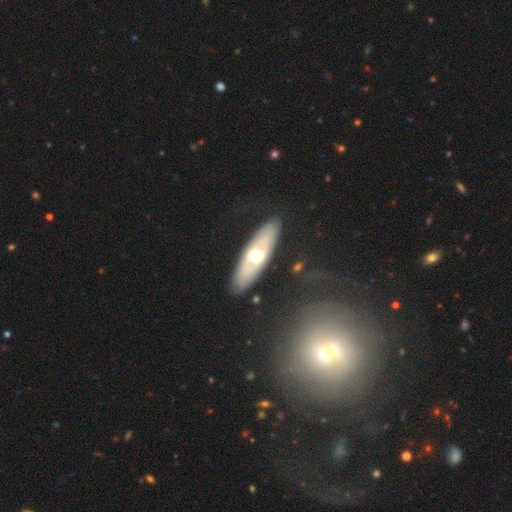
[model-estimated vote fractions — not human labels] Overall: featured or disk (60%; smooth 34%). Edge-on disk: no (66%; yes 34%). Merging: none (85%).